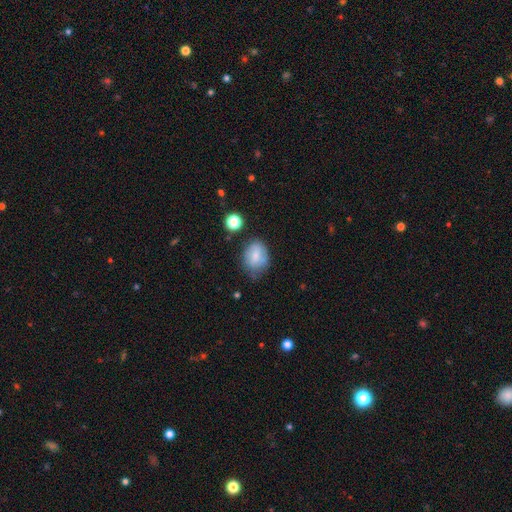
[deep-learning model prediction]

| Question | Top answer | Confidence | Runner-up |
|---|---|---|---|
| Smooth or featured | smooth | 73% | featured or disk (18%) |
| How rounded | in between | 67% | round (32%) |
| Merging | none | 57% | minor disturbance (29%) |